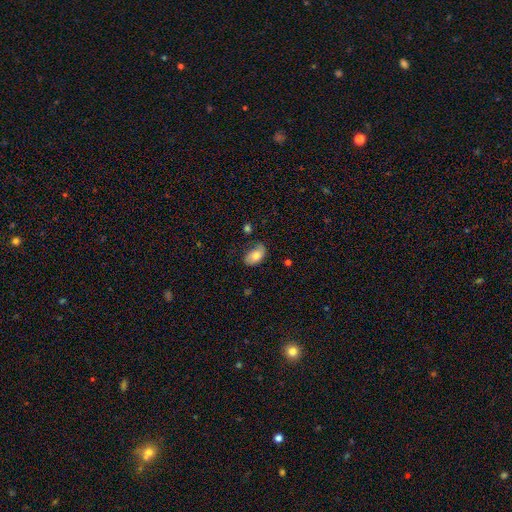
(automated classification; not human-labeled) This appears to be a smooth galaxy with no disk features (74%) that is in between round and cigar-shaped (92%). Merging: none (58%).